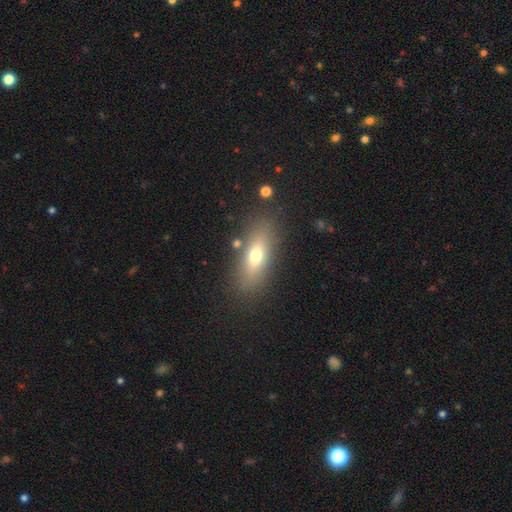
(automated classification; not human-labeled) smooth_or_featured: smooth (p=0.66) [alt: featured or disk p=0.24]
how_rounded: in between (p=0.63) [alt: cigar-shaped p=0.32]
merging: none (p=0.82) [alt: minor disturbance p=0.10]